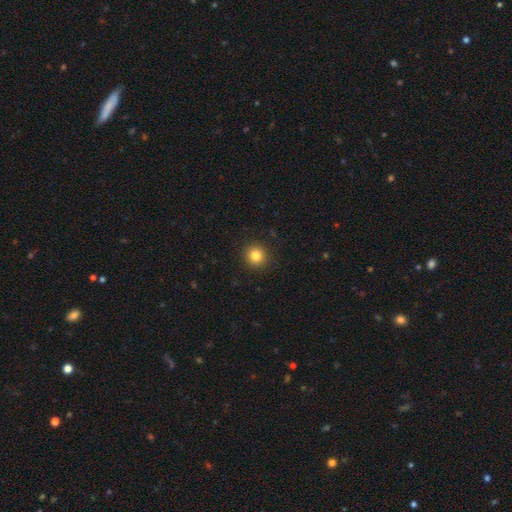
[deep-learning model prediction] Overall: smooth (83%). How rounded: round (93%). Merging: none (92%).